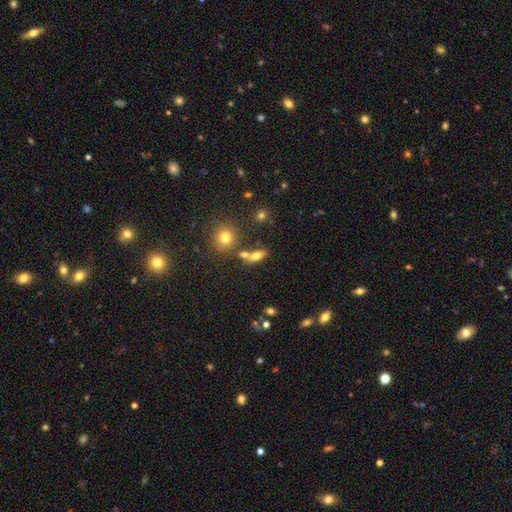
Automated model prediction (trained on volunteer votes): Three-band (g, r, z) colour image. It shows a smooth galaxy with no disk features (69%) that is in between round and cigar-shaped (71%). Merging: none (52%).